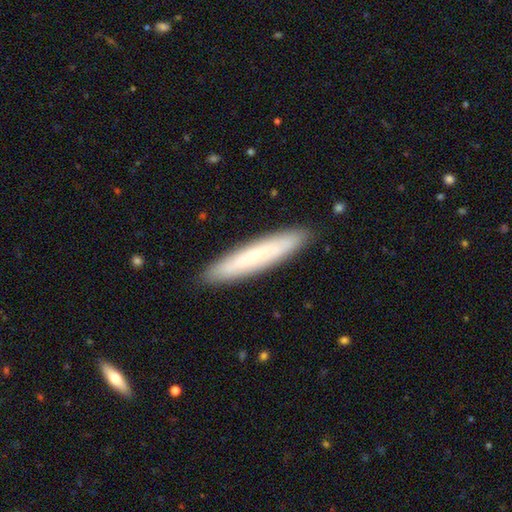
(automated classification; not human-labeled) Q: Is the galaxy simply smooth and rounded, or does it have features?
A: smooth — 66%.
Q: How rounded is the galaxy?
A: cigar-shaped — 92%.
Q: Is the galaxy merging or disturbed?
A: none — 90%.